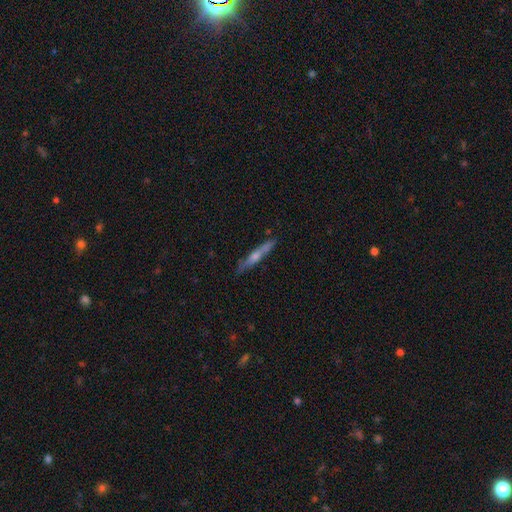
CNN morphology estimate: This is likely a featured or disk galaxy (61%). It is clearly viewed edge-on (90%). Edge-on bulge: clearly rounded (83%). Merging: clearly none (83%).